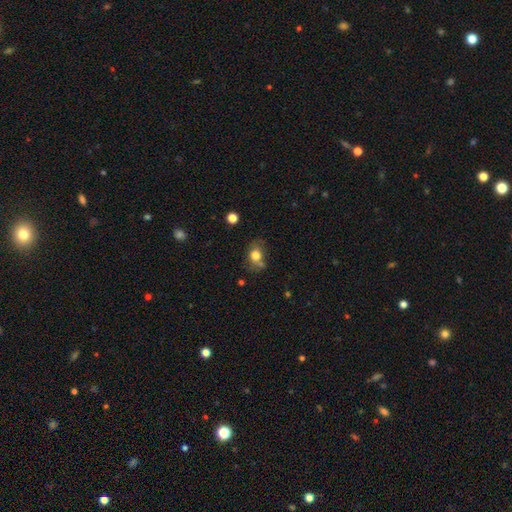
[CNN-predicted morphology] Smooth or featured? Predicted: smooth (p=0.77). How rounded? Predicted: in between (p=0.53). Merging? Predicted: none (p=0.53).